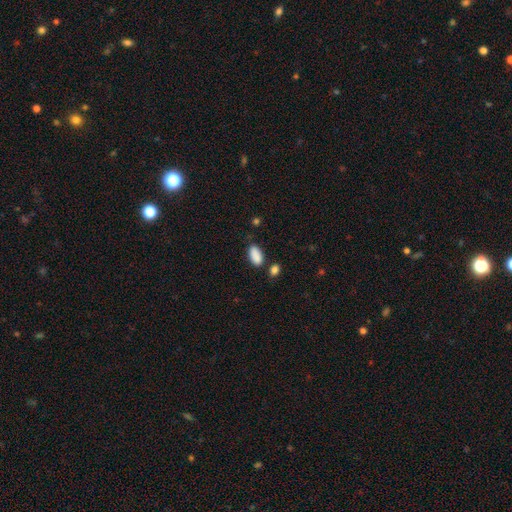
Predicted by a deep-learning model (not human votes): Smooth or featured? smooth (89%)
How rounded? in between (93%)
Merging? none (74%)